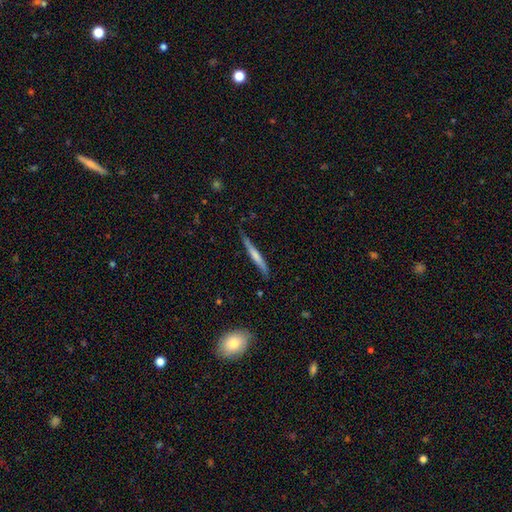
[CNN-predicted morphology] Smooth or featured? Predicted: smooth (p=0.57). How rounded? Predicted: cigar-shaped (p=0.95). Merging? Predicted: none (p=0.73).